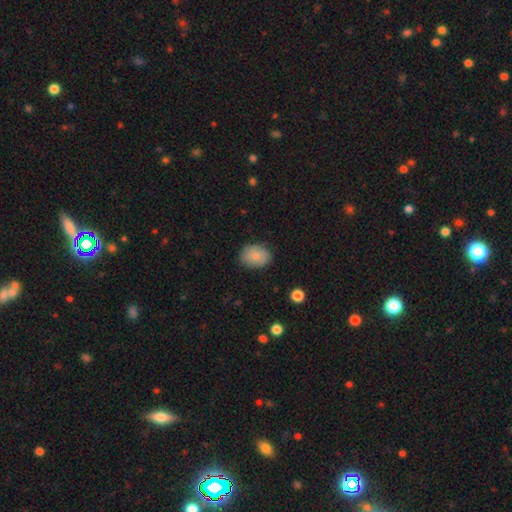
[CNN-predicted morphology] The model was most divided on "how rounded": in between: 57%, round: 42%, cigar-shaped: 1%. More confident: smooth or featured — smooth (78%); merging — none (76%).